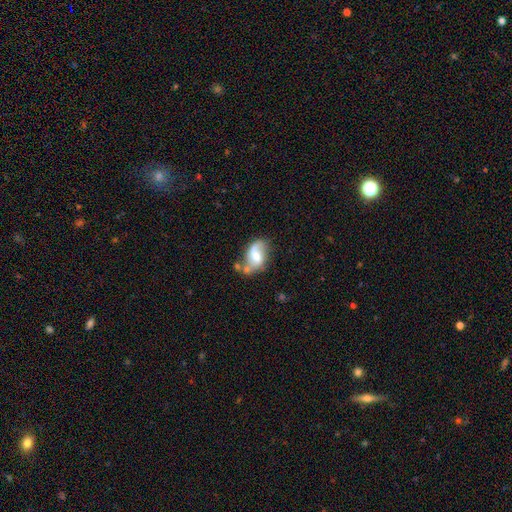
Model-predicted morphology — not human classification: Smooth or featured? Predicted: featured or disk (p=0.67). Edge-on disk? Predicted: no (p=0.96). Bar? Predicted: weak (p=0.48). Spiral arms? Predicted: yes (p=0.87). Spiral winding? Predicted: loose (p=0.64). Spiral arm count? Predicted: 2 (p=0.77). Bulge size? Predicted: moderate (p=0.52). Merging? Predicted: none (p=0.47).